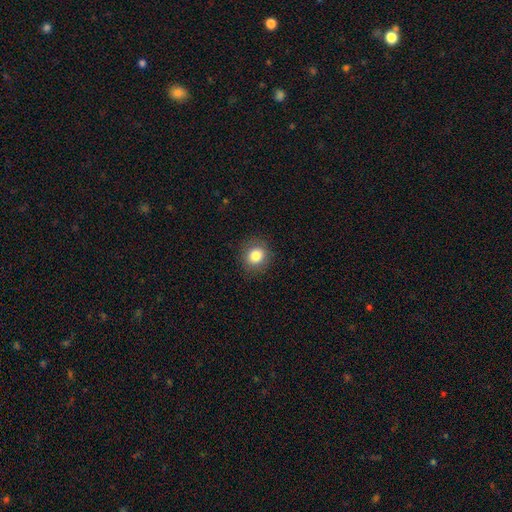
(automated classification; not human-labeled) smooth_or_featured: smooth (p=0.83) [alt: star or artifact p=0.10]
how_rounded: round (p=0.82) [alt: in between p=0.17]
merging: none (p=0.88) [alt: minor disturbance p=0.08]